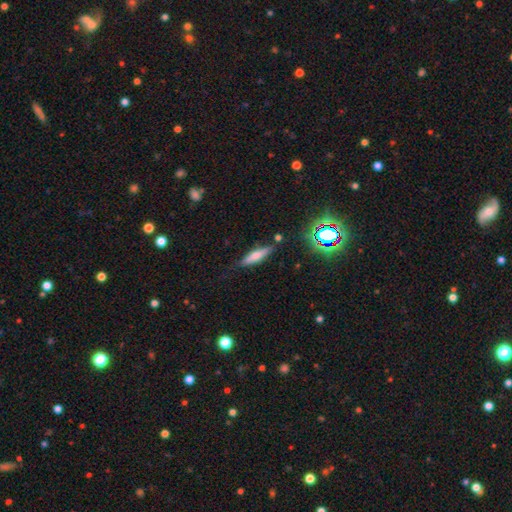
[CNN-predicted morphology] The model was most divided on "smooth or featured": smooth: 58%, featured or disk: 31%, star or artifact: 11%. More confident: merging — none (77%); how rounded — cigar-shaped (73%).